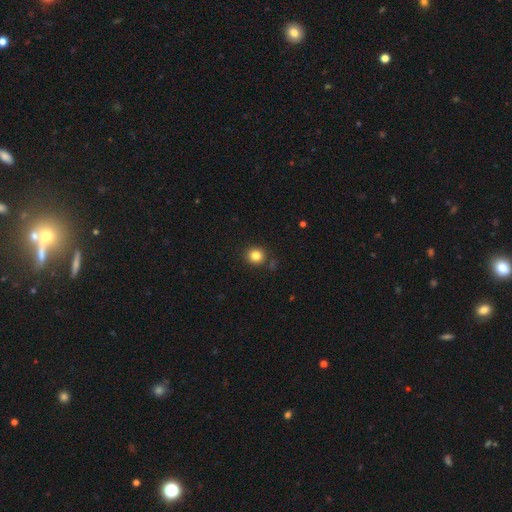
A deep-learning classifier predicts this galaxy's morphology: Smooth or featured?
  - smooth: 83% *
  - star or artifact: 12%
  - featured or disk: 5%
How rounded?
  - round: 89% *
  - in between: 10%
  - cigar-shaped: 1%
Merging?
  - none: 85% *
  - minor disturbance: 9%
  - merger: 3%
  - major disturbance: 3%